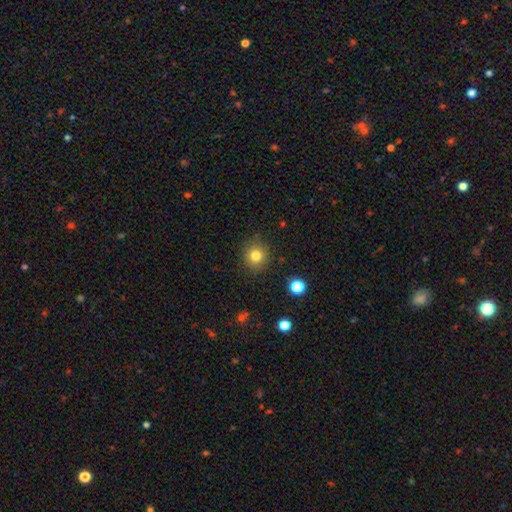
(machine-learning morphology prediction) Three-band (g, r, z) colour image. It shows a smooth galaxy with no disk features (81%) that is round (90%). Merging: none (88%).